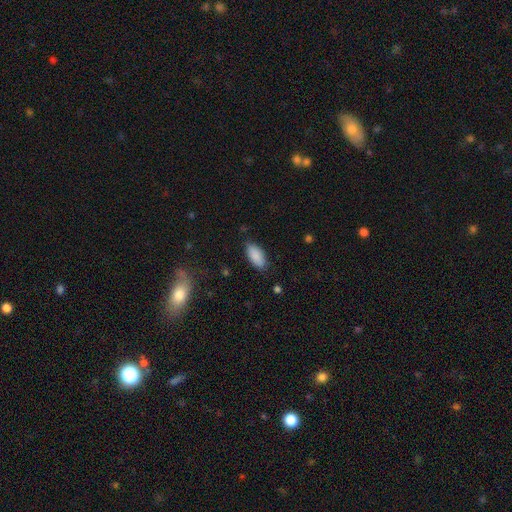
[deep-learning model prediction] smooth-or-featured: smooth: 89% | star or artifact: 6% | featured or disk: 5%
  how-rounded: in between: 90% | cigar-shaped: 8% | round: 2%
  merging: none: 83% | minor disturbance: 13% | major disturbance: 3% | merger: 1%